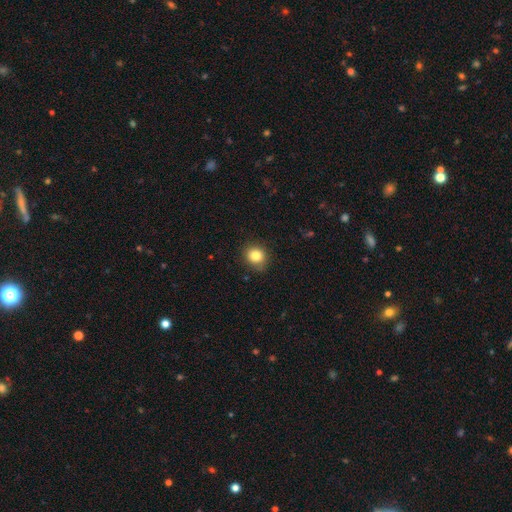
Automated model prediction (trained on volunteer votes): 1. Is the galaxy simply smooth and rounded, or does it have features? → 83% smooth, 11% star or artifact, 6% featured or disk.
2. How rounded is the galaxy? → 80% round, 19% in between, 1% cigar-shaped.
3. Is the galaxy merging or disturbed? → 85% none, 11% minor disturbance, 2% major disturbance, 1% merger.